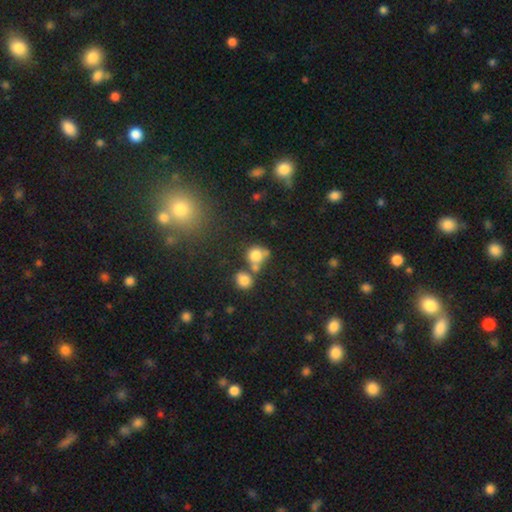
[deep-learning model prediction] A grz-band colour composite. It shows a smooth galaxy with no disk features (77%) that is round (79%). Merging: merger (42%).